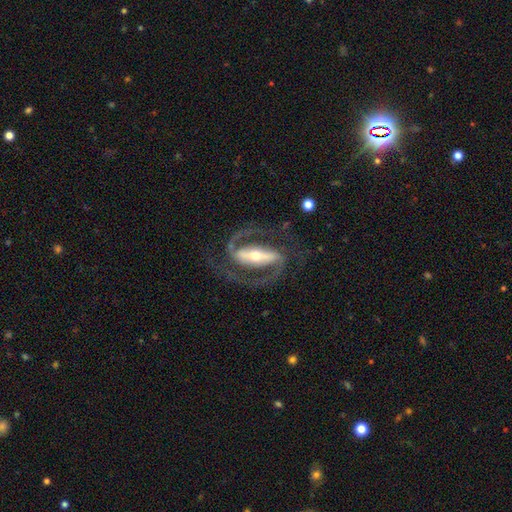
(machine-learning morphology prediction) This is clearly a featured or disk galaxy (93%). It is clearly not viewed edge-on (96%). Bar: likely strong (75%). Spiral arm pattern: clearly yes (98%). Spiral arm count: clearly 2 (94%). Spiral winding: likely medium (60%). Central bulge: possibly moderate (48%). Merging: likely none (80%).